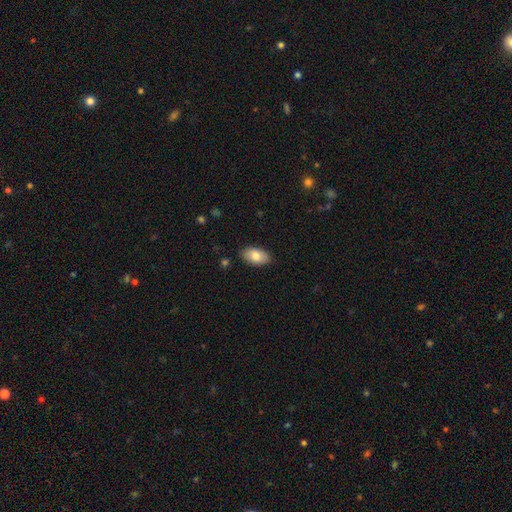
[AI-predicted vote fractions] smooth 81%, featured or disk 12%, star or artifact 7%. Down the decision tree: how rounded — in between (94%); merging — none (86%).